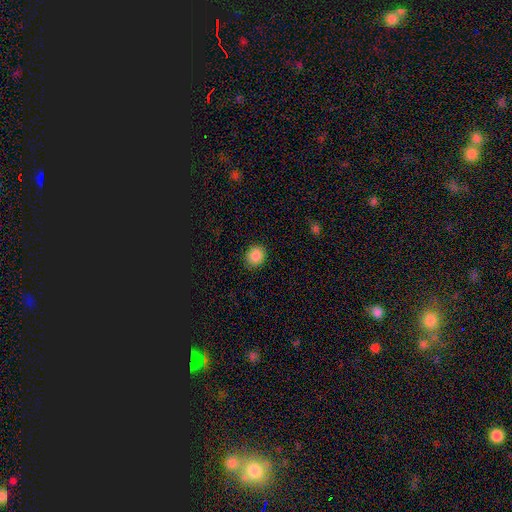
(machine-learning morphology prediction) This is clearly a smooth galaxy (87%). How rounded: likely round (79%). Merging: clearly none (89%).